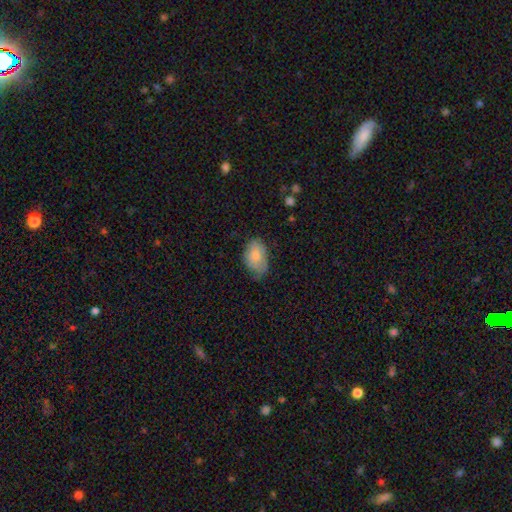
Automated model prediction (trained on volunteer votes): This appears to be a smooth galaxy with no disk features (73%) that is in between round and cigar-shaped (89%). Merging: none (53%).